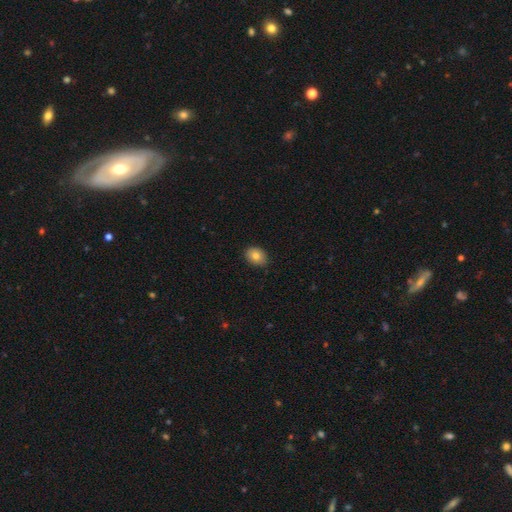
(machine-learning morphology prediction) A smooth galaxy with no disk features (80%) that is in between round and cigar-shaped (54%).

Vote fractions:
- Smooth or featured? smooth: 80% / featured or disk: 11% / star or artifact: 9%
- How rounded? in between: 54% / round: 45% / cigar-shaped: 1%
- Merging? none: 83% / minor disturbance: 14% / major disturbance: 2% / merger: 1%